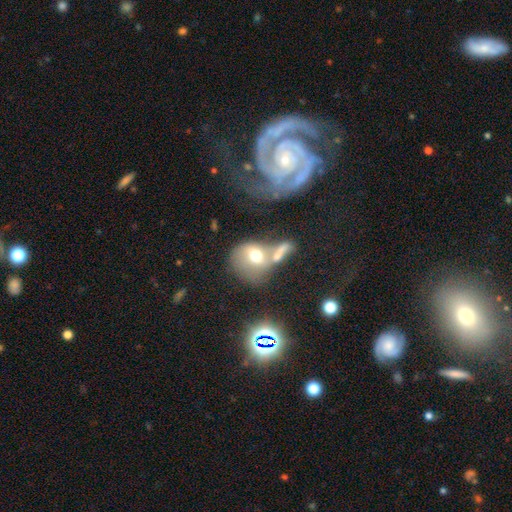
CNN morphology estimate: Overall: smooth (56%; featured or disk 33%). How rounded: round (59%; in between 39%). Merging: merger (52%; none 22%).